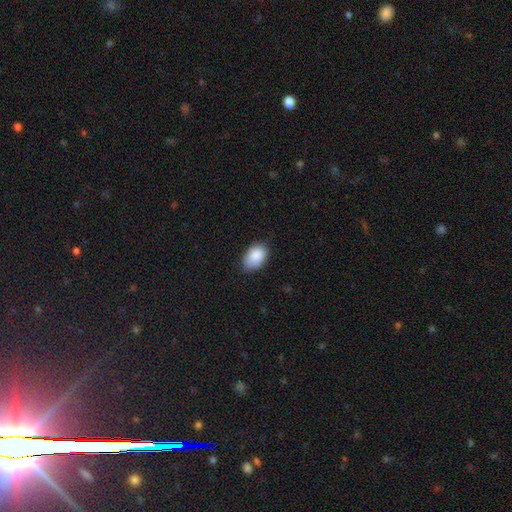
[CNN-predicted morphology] Smooth or featured: smooth — 88% (star or artifact — 7%)
How rounded: in between — 89% (round — 10%)
Merging: none — 74% (minor disturbance — 22%)